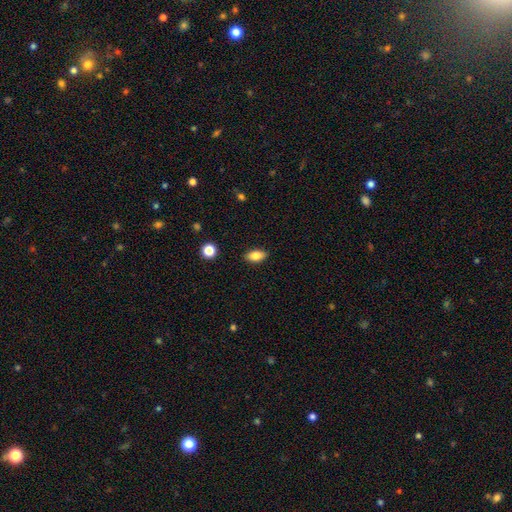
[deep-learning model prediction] smooth_or_featured: smooth (p=0.81) [alt: featured or disk p=0.11]
how_rounded: in between (p=0.88) [alt: round p=0.07]
merging: none (p=0.88) [alt: minor disturbance p=0.09]